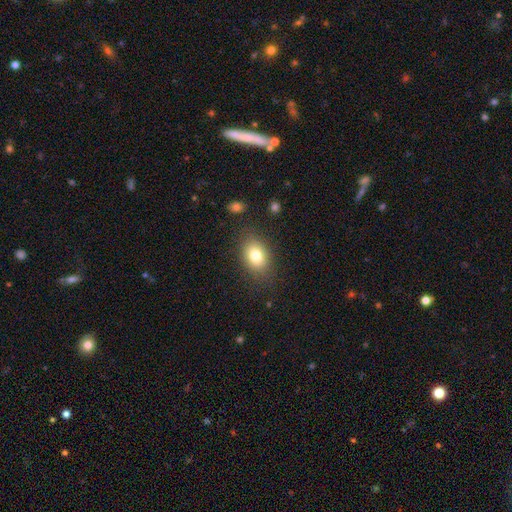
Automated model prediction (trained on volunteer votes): Q: Smooth or featured?
A: smooth (80%); runner-up: featured or disk (10%)
Q: How rounded?
A: in between (76%); runner-up: round (23%)
Q: Merging?
A: none (83%); runner-up: minor disturbance (12%)